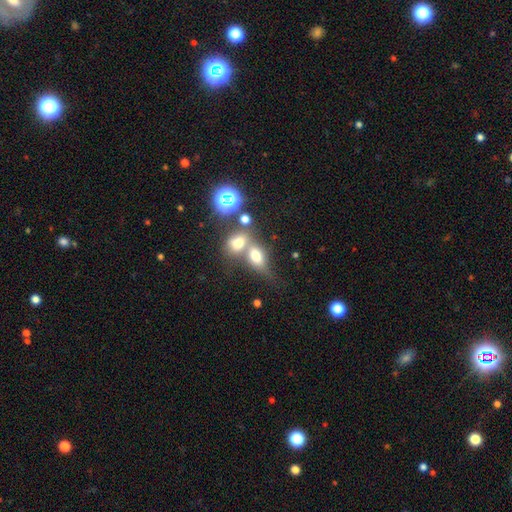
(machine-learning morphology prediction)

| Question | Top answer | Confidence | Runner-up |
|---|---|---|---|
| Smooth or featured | smooth | 69% | featured or disk (16%) |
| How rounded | in between | 69% | round (28%) |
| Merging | merger | 55% | none (29%) |